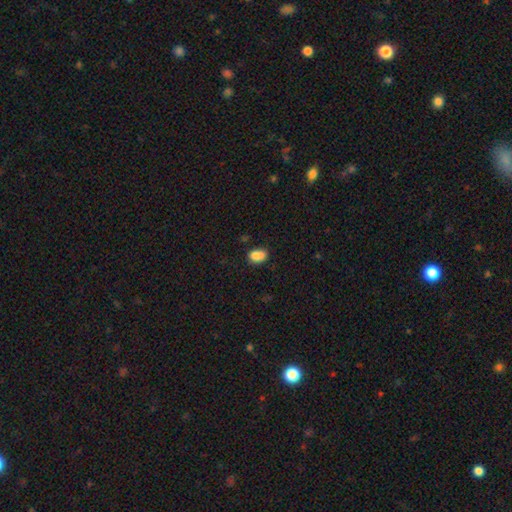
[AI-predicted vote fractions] Smooth or featured?
  - smooth: 84% *
  - star or artifact: 10%
  - featured or disk: 6%
How rounded?
  - in between: 79% *
  - round: 20%
  - cigar-shaped: 2%
Merging?
  - none: 58% *
  - minor disturbance: 25%
  - merger: 10%
  - major disturbance: 6%